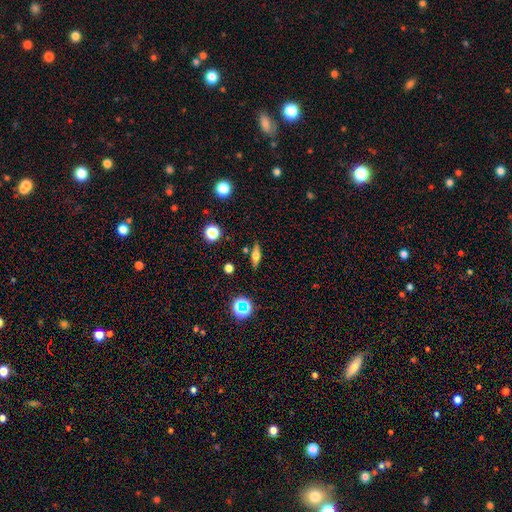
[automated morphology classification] Smooth or featured? Predicted: smooth (p=0.48). Merging? Predicted: none (p=0.85).